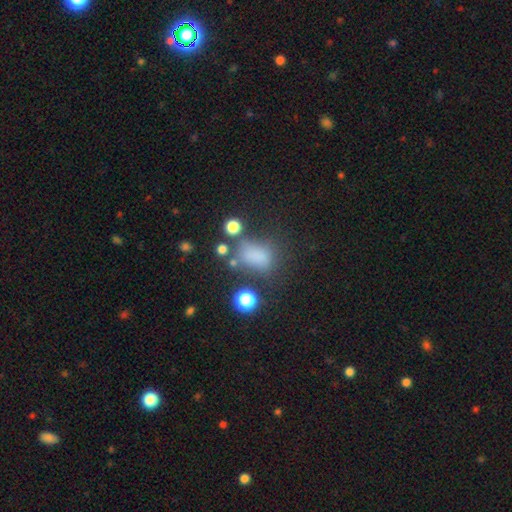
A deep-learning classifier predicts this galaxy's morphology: smooth 69%, star or artifact 19%, featured or disk 12%. Down the decision tree: how rounded — in between (73%); merging — none (46%).